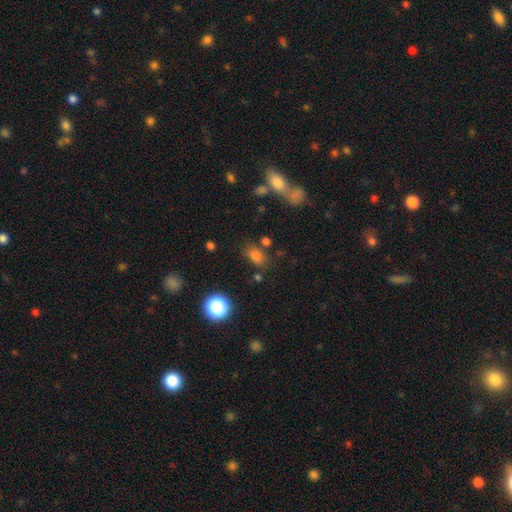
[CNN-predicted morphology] This is likely a smooth galaxy (76%). How rounded: likely in between (77%). Merging: likely none (70%).